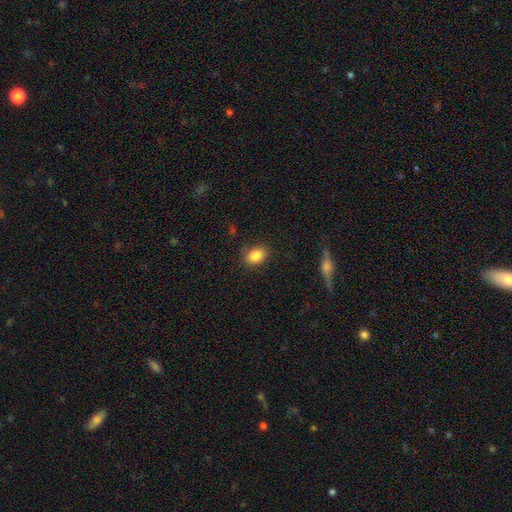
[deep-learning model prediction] smooth-or-featured: smooth: 86% | star or artifact: 8% | featured or disk: 5%
  how-rounded: in between: 75% | round: 23% | cigar-shaped: 2%
  merging: none: 82% | minor disturbance: 13% | major disturbance: 3% | merger: 2%